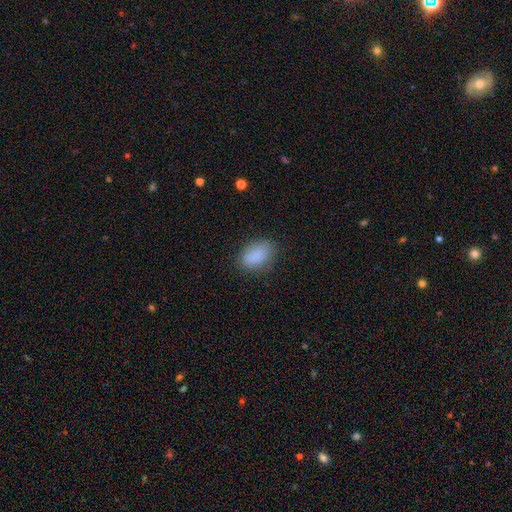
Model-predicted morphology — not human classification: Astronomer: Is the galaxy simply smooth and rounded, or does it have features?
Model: smooth — 87%.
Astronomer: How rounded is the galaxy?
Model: in between — 88%.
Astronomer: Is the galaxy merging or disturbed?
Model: none — 79%.